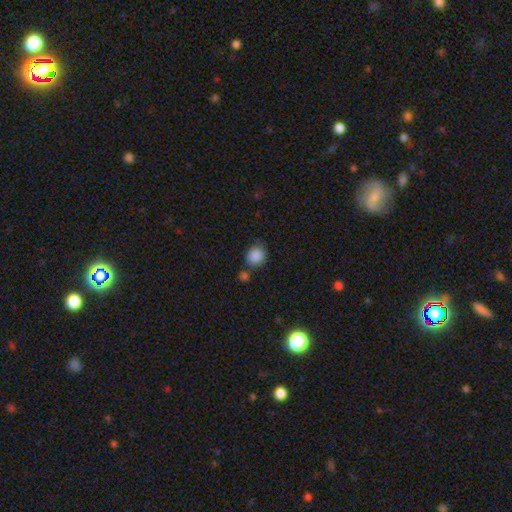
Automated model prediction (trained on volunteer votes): Overall: smooth (88%). How rounded: round (74%). Merging: none (68%).